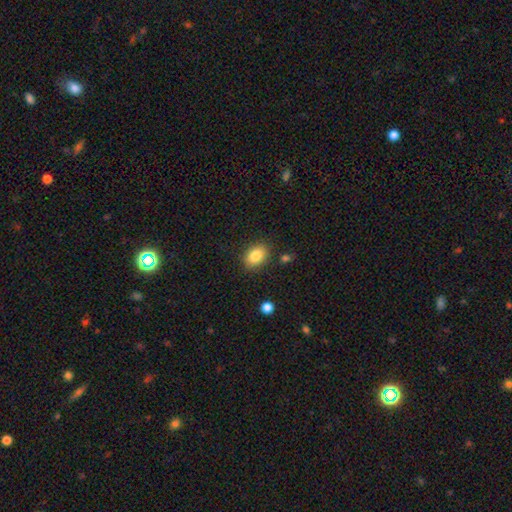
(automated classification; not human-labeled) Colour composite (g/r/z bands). It shows a smooth galaxy with no disk features (84%) that is in between round and cigar-shaped (71%). Merging: none (84%).